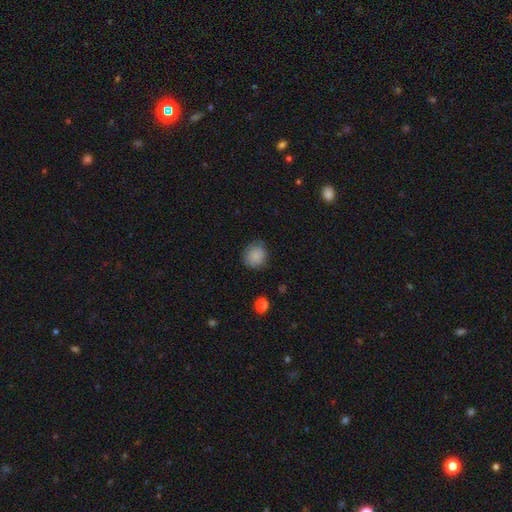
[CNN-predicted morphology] This is clearly a smooth galaxy (86%). How rounded: clearly round (85%). Merging: likely none (79%).